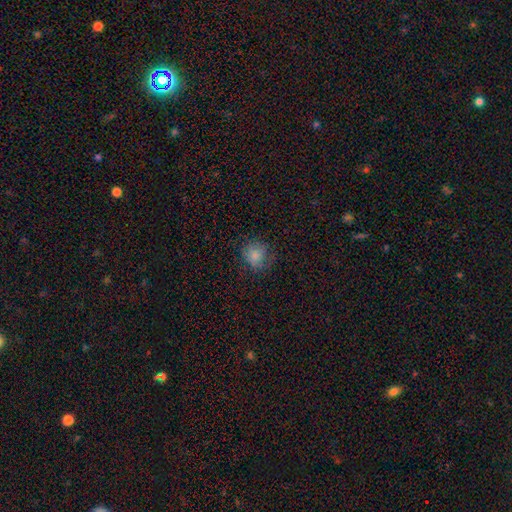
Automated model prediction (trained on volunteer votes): Overall: smooth (75%). How rounded: round (83%). Merging: none (73%).